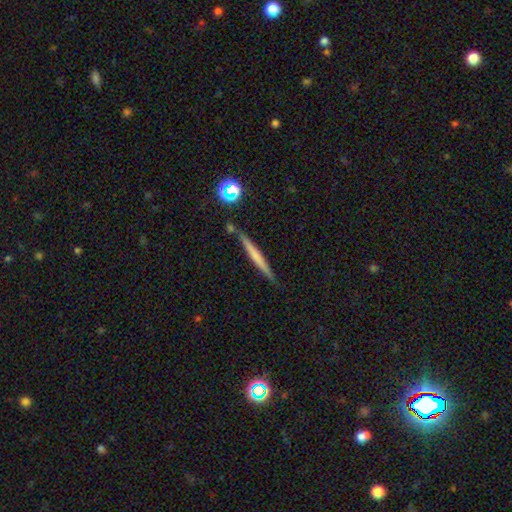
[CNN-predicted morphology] Smooth or featured? Predicted: smooth (p=0.48). Merging? Predicted: none (p=0.83).